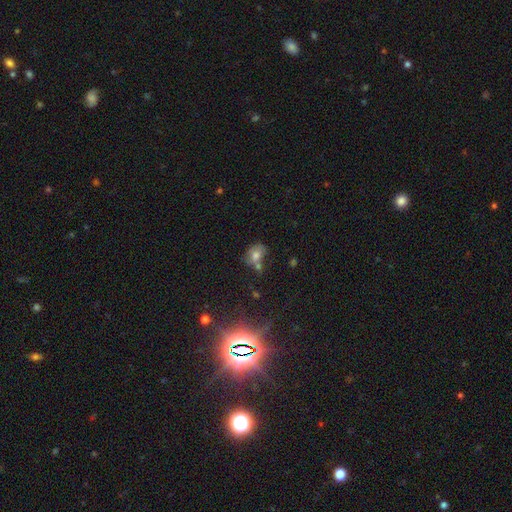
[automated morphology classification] A smooth galaxy with no disk features (65%) that is in between round and cigar-shaped (63%). Merging: none (44%).